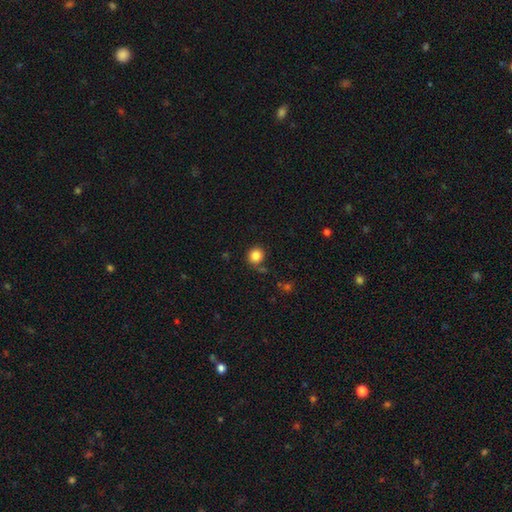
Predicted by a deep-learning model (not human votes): smooth-or-featured: smooth: 85% | star or artifact: 11% | featured or disk: 5%
  how-rounded: round: 90% | in between: 9% | cigar-shaped: 1%
  merging: none: 79% | minor disturbance: 12% | merger: 5% | major disturbance: 4%